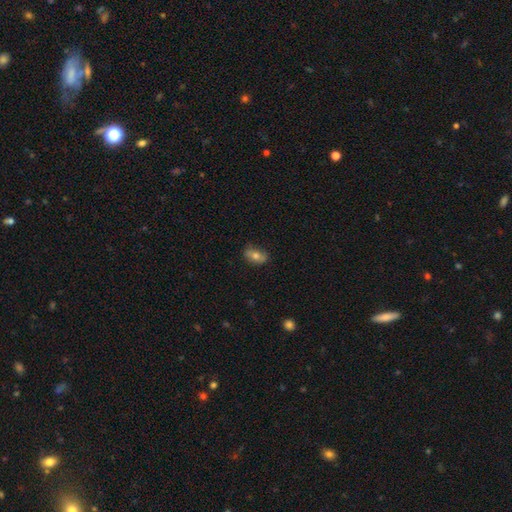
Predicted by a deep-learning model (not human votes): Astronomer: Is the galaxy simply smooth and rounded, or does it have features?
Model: smooth — 66%.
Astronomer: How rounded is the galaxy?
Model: in between — 84%.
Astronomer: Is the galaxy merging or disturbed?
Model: none — 74%.